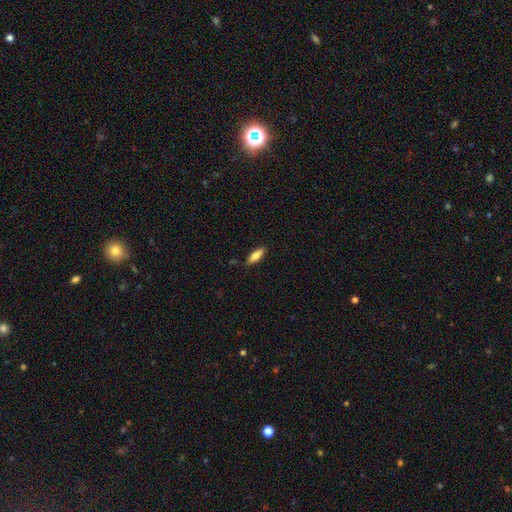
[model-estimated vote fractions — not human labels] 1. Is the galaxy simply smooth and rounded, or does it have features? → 78% smooth, 16% featured or disk, 6% star or artifact.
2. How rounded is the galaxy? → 57% in between, 41% cigar-shaped, 2% round.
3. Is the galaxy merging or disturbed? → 87% none, 10% minor disturbance, 2% major disturbance, 1% merger.